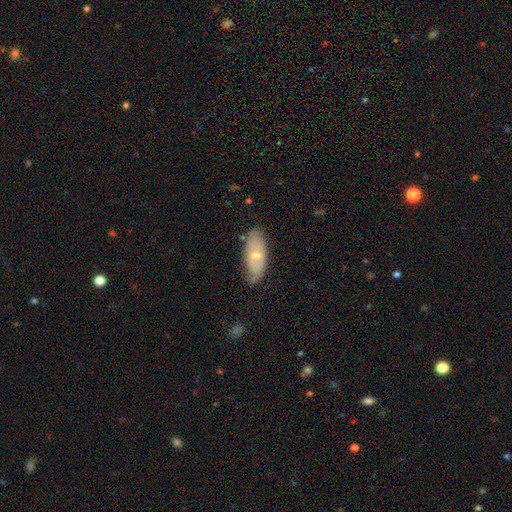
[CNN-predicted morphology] A smooth galaxy with no disk features (55%) that is in between round and cigar-shaped (83%). Merging: none (71%).